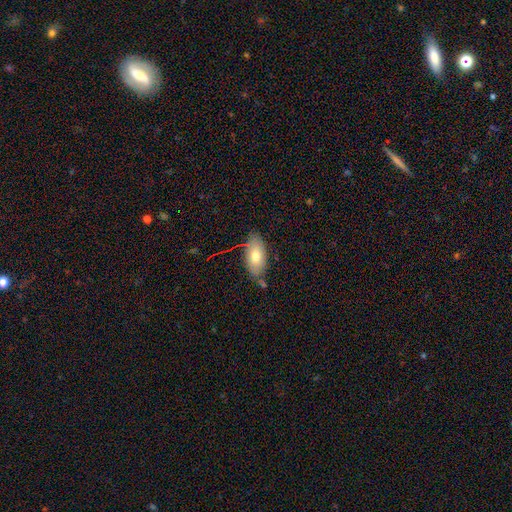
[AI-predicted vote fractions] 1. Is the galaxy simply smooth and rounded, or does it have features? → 67% smooth, 25% featured or disk, 8% star or artifact.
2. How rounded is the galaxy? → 89% in between, 7% cigar-shaped, 3% round.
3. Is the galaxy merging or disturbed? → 71% none, 19% minor disturbance, 5% merger, 4% major disturbance.